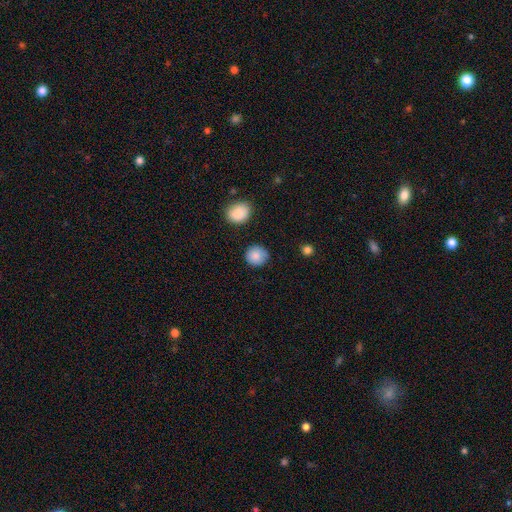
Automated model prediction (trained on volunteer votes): smooth 86%, star or artifact 8%, featured or disk 6%. Down the decision tree: how rounded — round (89%); merging — none (83%).